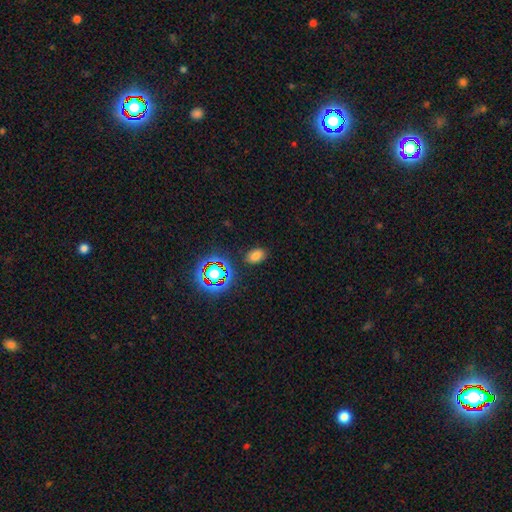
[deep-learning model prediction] Smooth or featured: smooth — 71% (star or artifact — 22%)
How rounded: in between — 80% (round — 18%)
Merging: none — 85% (minor disturbance — 10%)